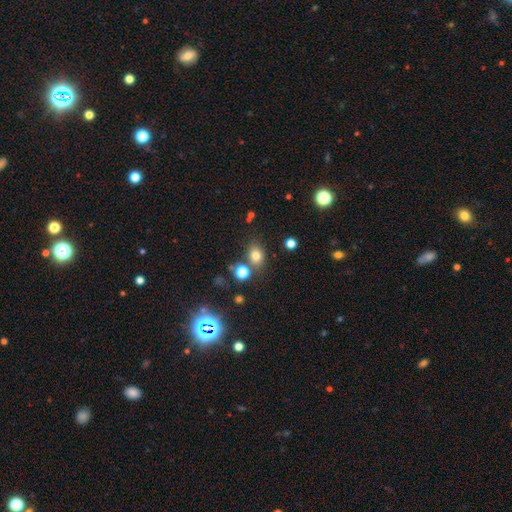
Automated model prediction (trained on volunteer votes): smooth-or-featured: smooth: 76% | star or artifact: 16% | featured or disk: 8%
  how-rounded: in between: 51% | round: 48% | cigar-shaped: 1%
  merging: none: 71% | minor disturbance: 12% | merger: 12% | major disturbance: 4%